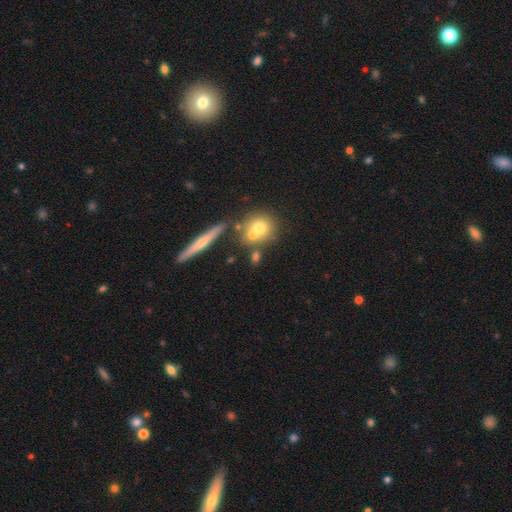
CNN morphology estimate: A smooth galaxy with no disk features (60%) that is round (68%). Merging: none (61%).